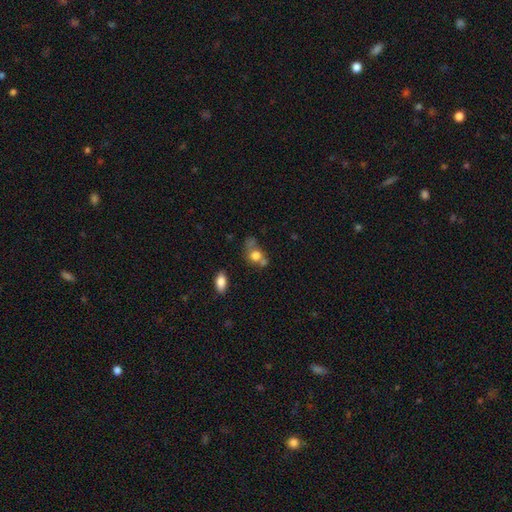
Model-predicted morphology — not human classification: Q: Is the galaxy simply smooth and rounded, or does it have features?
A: smooth — 71%.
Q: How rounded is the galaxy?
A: round — 52%.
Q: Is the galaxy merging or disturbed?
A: none — 35%.